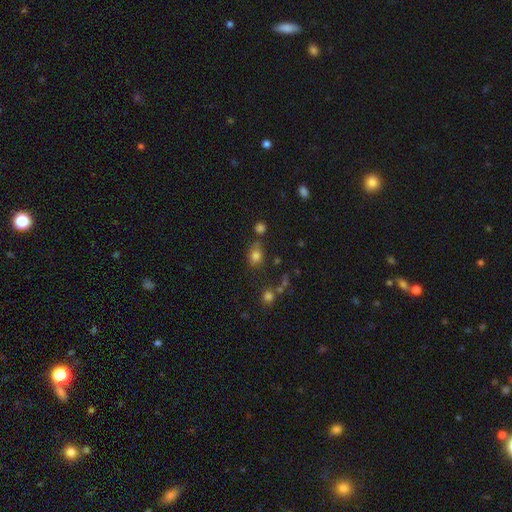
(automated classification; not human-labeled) Q: Smooth or featured?
A: smooth (78%); runner-up: star or artifact (15%)
Q: How rounded?
A: round (51%); runner-up: in between (47%)
Q: Merging?
A: none (65%); runner-up: minor disturbance (19%)